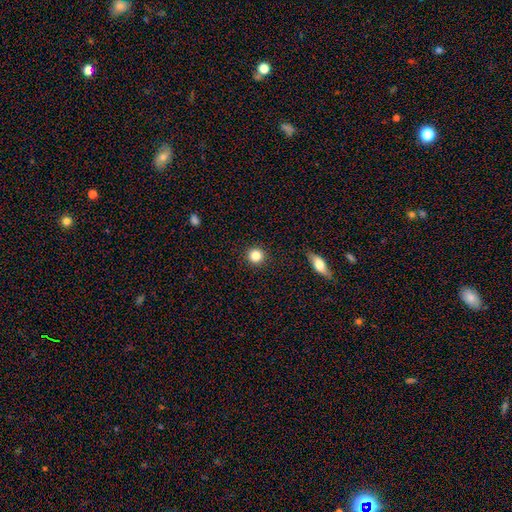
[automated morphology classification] Q: Smooth or featured?
A: smooth (84%); runner-up: star or artifact (11%)
Q: How rounded?
A: round (94%); runner-up: in between (5%)
Q: Merging?
A: none (92%); runner-up: minor disturbance (5%)